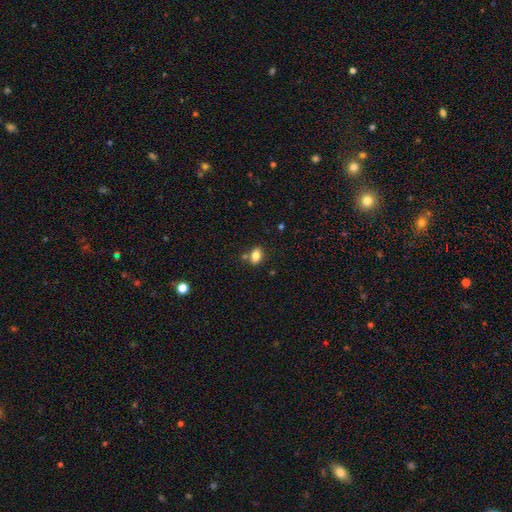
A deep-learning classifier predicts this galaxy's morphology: Smooth or featured: smooth — 83% (star or artifact — 10%)
How rounded: in between — 80% (round — 19%)
Merging: none — 72% (minor disturbance — 13%)